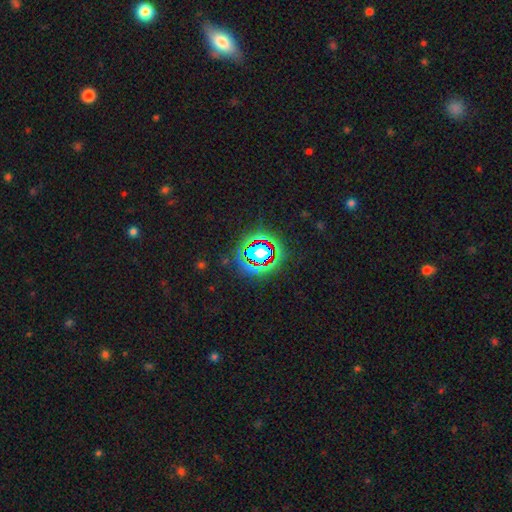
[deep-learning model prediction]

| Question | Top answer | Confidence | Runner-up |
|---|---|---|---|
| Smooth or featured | star or artifact | 77% | smooth (14%) |